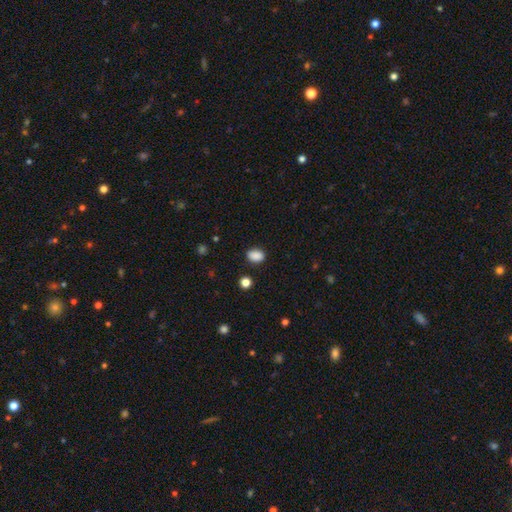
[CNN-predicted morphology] A smooth galaxy with no disk features (88%) that is in between round and cigar-shaped (73%). Merging: none (87%).